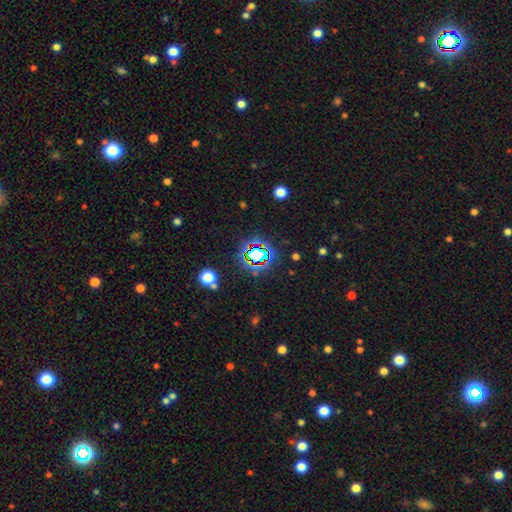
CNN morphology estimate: Smooth or featured?
  - star or artifact: 69% *
  - smooth: 20%
  - featured or disk: 12%